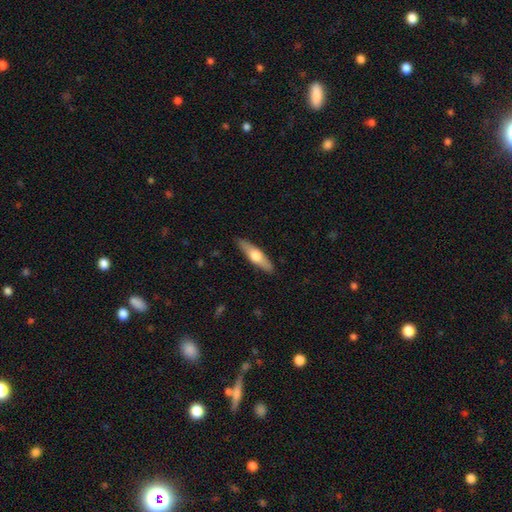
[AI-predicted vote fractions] A smooth galaxy with no disk features (48%). Merging: none (89%).